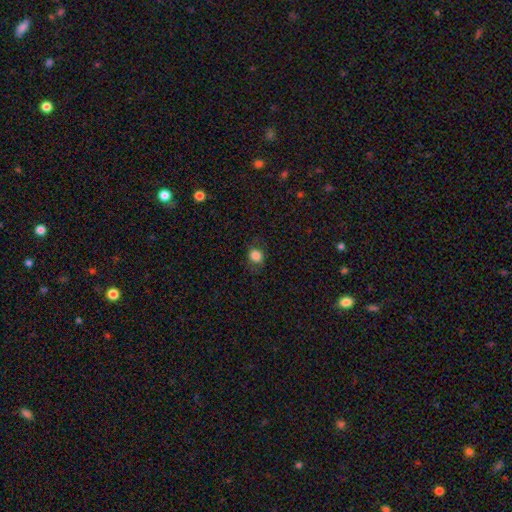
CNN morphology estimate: Smooth or featured: smooth — 84% (star or artifact — 10%)
How rounded: round — 73% (in between — 26%)
Merging: none — 77% (minor disturbance — 16%)